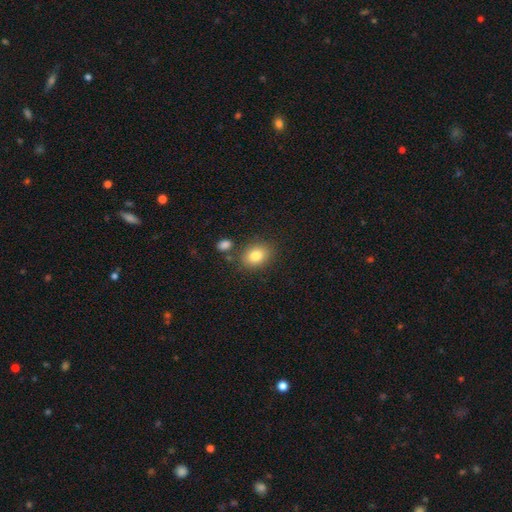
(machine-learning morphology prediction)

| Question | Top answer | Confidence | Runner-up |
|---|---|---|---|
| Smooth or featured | smooth | 82% | star or artifact (9%) |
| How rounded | in between | 65% | round (33%) |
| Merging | none | 79% | minor disturbance (11%) |